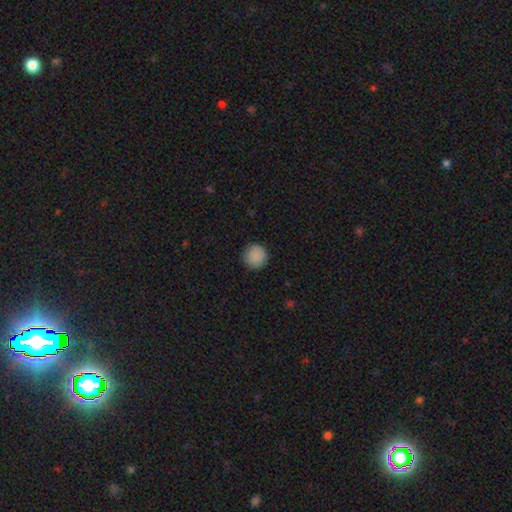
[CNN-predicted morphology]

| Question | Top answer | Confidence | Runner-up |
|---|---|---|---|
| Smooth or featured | smooth | 89% | star or artifact (8%) |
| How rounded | round | 95% | in between (4%) |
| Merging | none | 91% | minor disturbance (6%) |